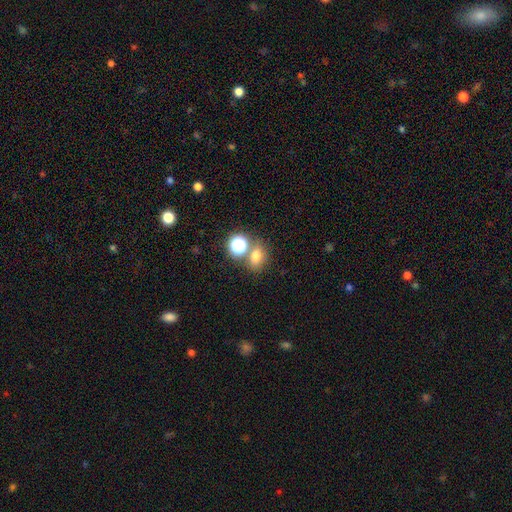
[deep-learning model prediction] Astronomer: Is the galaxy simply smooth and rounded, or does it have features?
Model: smooth — 71%.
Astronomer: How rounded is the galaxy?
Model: in between — 51% (runner-up: round, 47%).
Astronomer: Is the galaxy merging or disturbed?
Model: none — 62%.